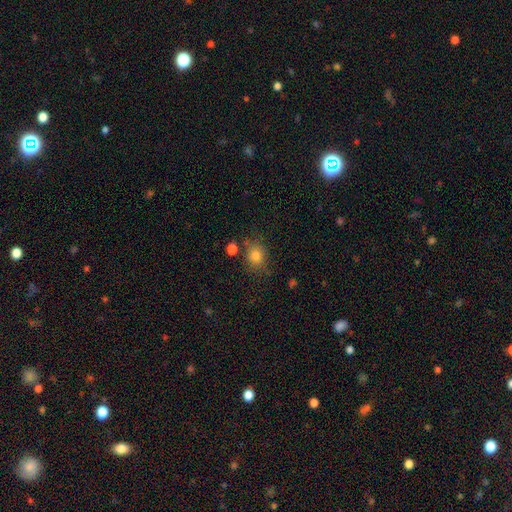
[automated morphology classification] Smooth or featured: smooth — 81% (star or artifact — 12%)
How rounded: round — 66% (in between — 33%)
Merging: none — 76% (minor disturbance — 14%)